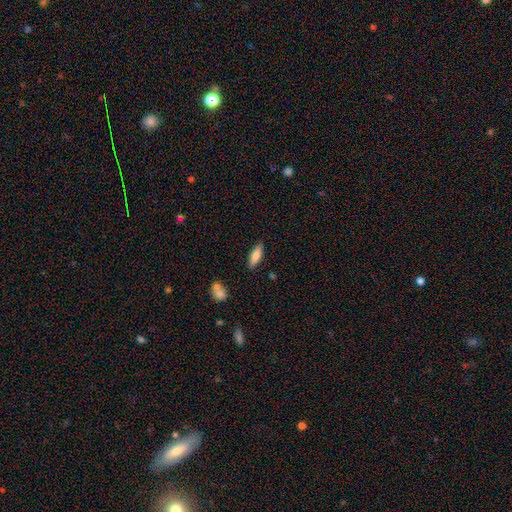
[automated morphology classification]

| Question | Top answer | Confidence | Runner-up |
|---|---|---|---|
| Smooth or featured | smooth | 68% | featured or disk (25%) |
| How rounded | cigar-shaped | 50% | in between (48%) |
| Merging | none | 86% | minor disturbance (10%) |